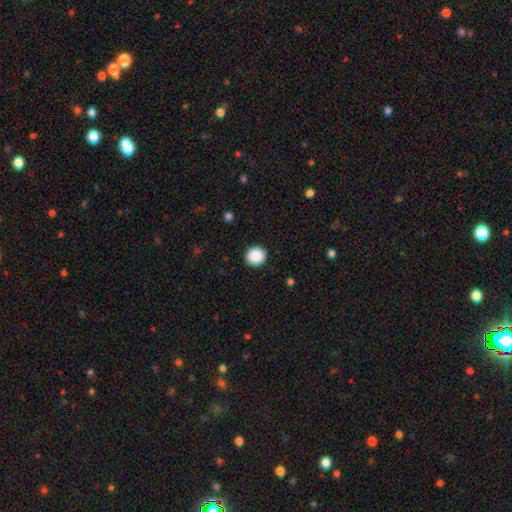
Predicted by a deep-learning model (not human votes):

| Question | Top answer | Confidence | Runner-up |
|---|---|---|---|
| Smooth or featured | smooth | 89% | star or artifact (8%) |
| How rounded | round | 89% | in between (11%) |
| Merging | none | 92% | minor disturbance (6%) |